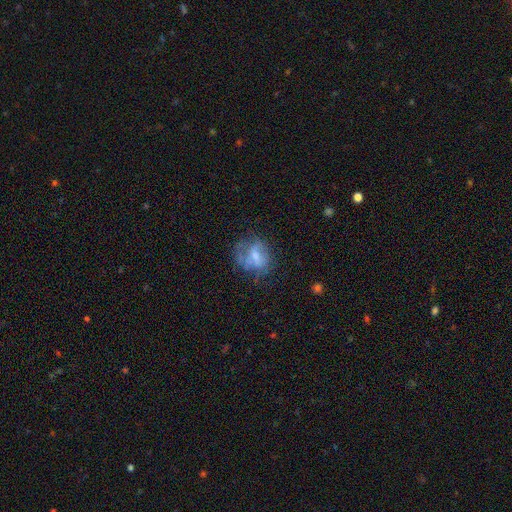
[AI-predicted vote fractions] Overall: featured or disk (45%; smooth 43%). Merging: none (46%; major disturbance 26%).